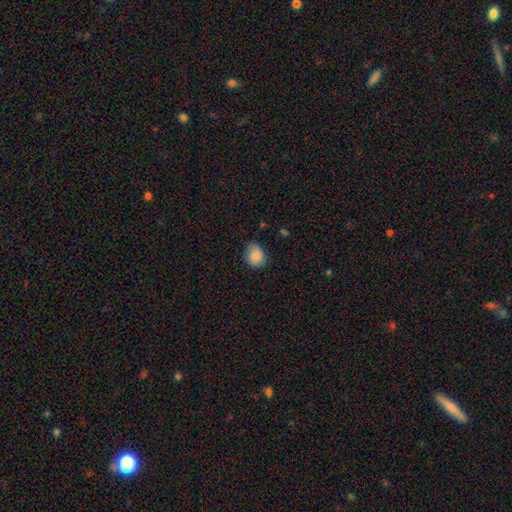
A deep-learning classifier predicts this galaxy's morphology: Smooth or featured? Predicted: smooth (p=0.85). How rounded? Predicted: round (p=0.63). Merging? Predicted: none (p=0.71).